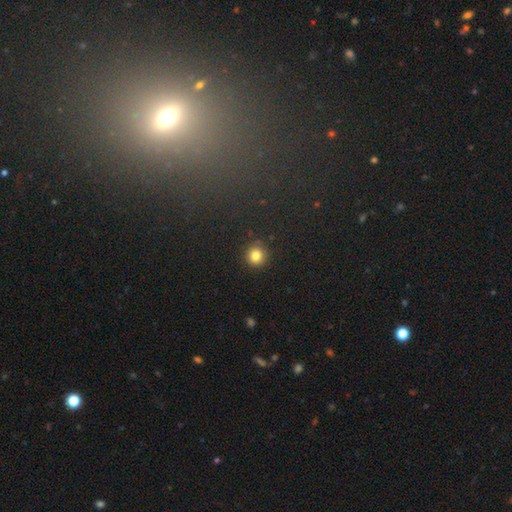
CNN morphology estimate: smooth 82%, star or artifact 12%, featured or disk 6%. Down the decision tree: how rounded — round (93%); merging — none (90%).